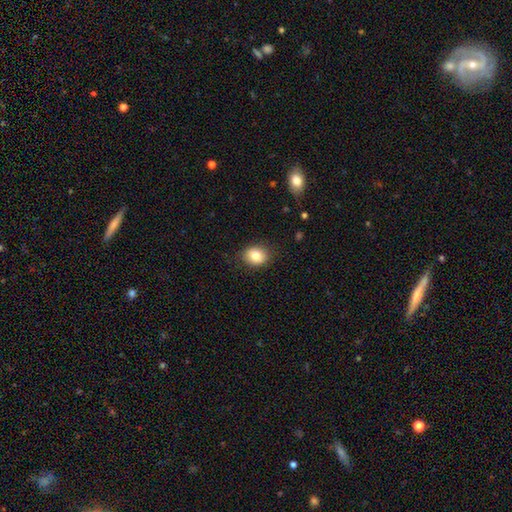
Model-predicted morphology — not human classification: The model was most divided on "how rounded": round: 55%, in between: 44%, cigar-shaped: 1%. More confident: merging — none (84%); smooth or featured — smooth (82%).